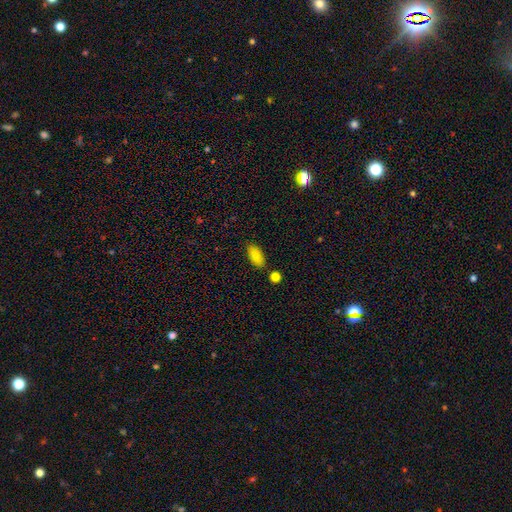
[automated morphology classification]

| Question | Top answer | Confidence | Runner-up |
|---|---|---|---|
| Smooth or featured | smooth | 88% | star or artifact (8%) |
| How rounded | in between | 89% | cigar-shaped (8%) |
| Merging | none | 82% | minor disturbance (10%) |